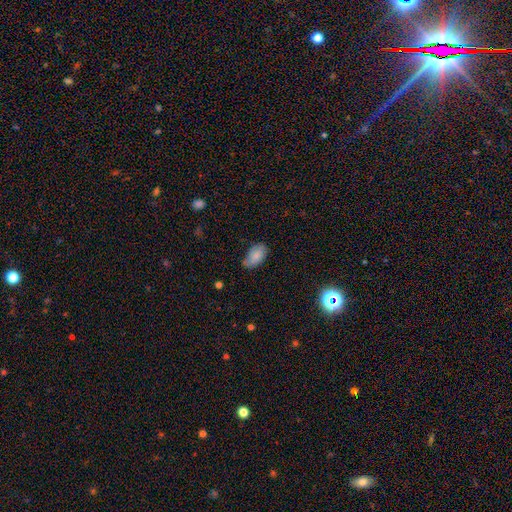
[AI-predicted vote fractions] smooth 82%, featured or disk 10%, star or artifact 8%. Down the decision tree: how rounded — in between (94%); merging — none (58%).